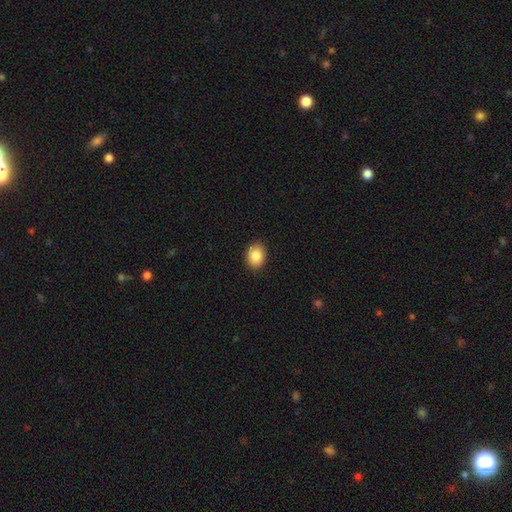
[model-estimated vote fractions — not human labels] smooth_or_featured: smooth (p=0.87) [alt: star or artifact p=0.08]
how_rounded: in between (p=0.62) [alt: round p=0.38]
merging: none (p=0.90) [alt: minor disturbance p=0.08]